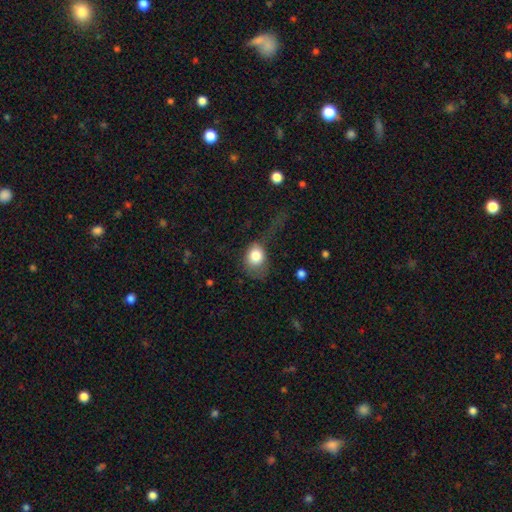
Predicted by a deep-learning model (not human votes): smooth-or-featured: smooth: 80% | featured or disk: 12% | star or artifact: 8%
  how-rounded: in between: 50% | round: 49% | cigar-shaped: 1%
  merging: major disturbance: 43% | none: 27% | minor disturbance: 26% | merger: 4%